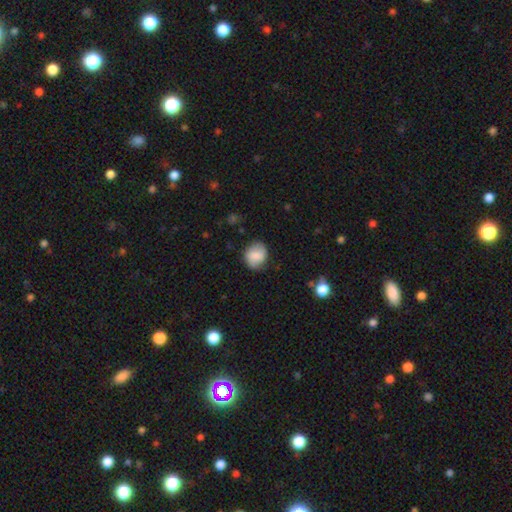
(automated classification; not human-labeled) Morphology: type=smooth (70%); roundness=round (68%); merging=none (78%).